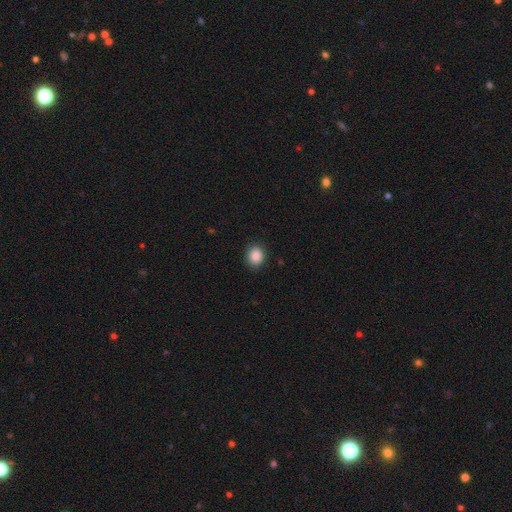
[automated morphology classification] This appears to be a smooth galaxy with no disk features (88%) that is round (67%). Merging: none (88%).